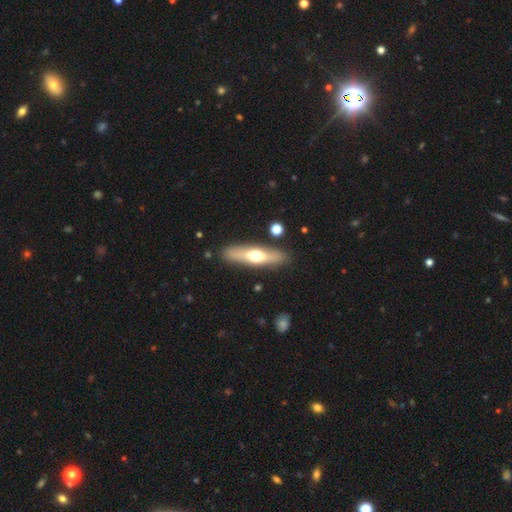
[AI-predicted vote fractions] A featured or disk galaxy (50%) viewed edge-on (85%).

Vote fractions:
- Smooth or featured? featured or disk: 50% / smooth: 45% / star or artifact: 5%
- Edge-on disk? yes: 85% / no: 15%
- Merging? none: 88% / minor disturbance: 8% / merger: 2% / major disturbance: 2%